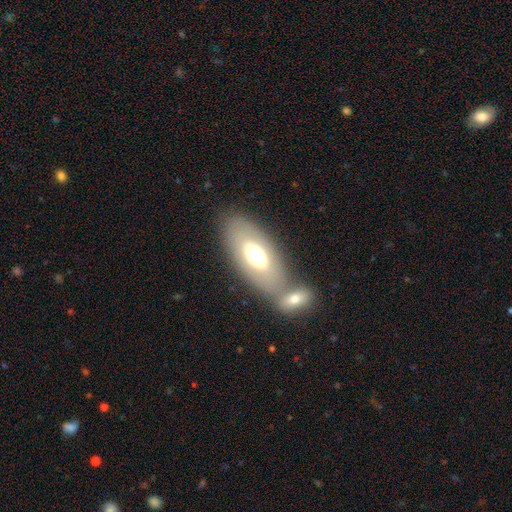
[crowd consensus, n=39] Smooth or featured: smooth — 59% (featured or disk — 28%)
How rounded: in between — 78% (round — 13%)
Merging: merger — 50% (none — 38%)